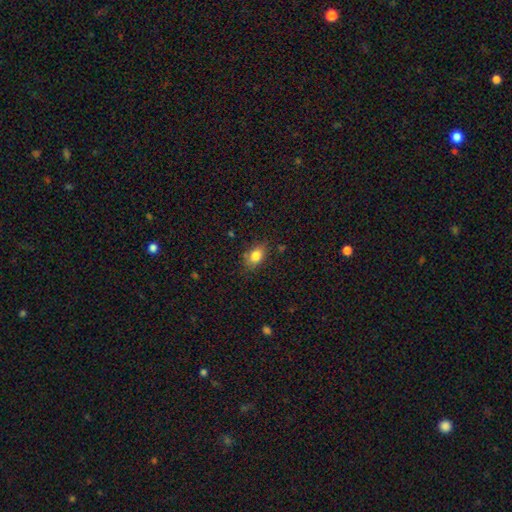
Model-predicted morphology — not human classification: This appears to be a smooth galaxy with no disk features (83%) that is in between round and cigar-shaped (81%). Merging: none (78%).